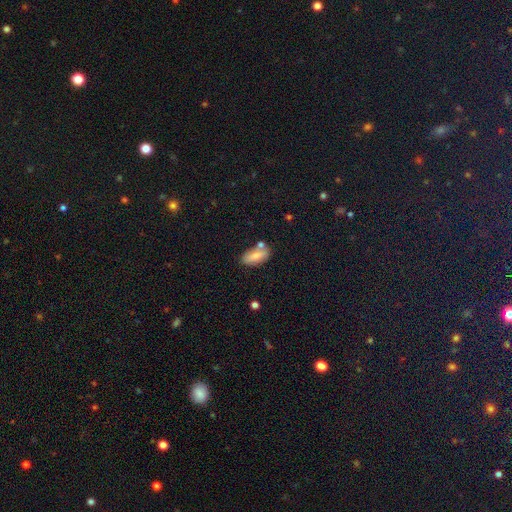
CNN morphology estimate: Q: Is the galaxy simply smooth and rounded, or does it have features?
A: smooth — 77%.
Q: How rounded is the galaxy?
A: in between — 84%.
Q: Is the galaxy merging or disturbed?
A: none — 68%.